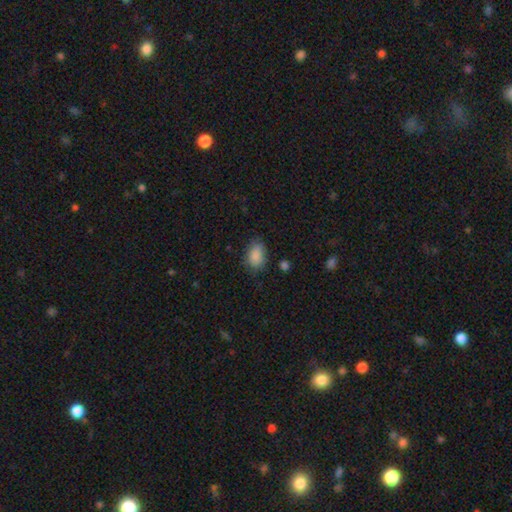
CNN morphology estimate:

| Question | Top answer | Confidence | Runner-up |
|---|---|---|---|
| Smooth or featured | smooth | 87% | star or artifact (8%) |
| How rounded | in between | 85% | round (13%) |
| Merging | none | 73% | minor disturbance (20%) |